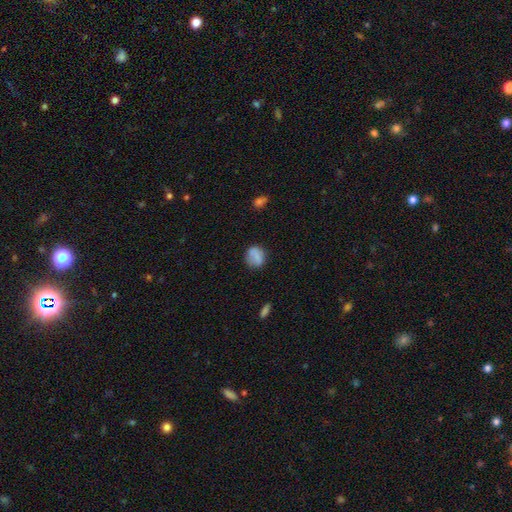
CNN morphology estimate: type=smooth (77%); roundness=round (68%); merging=none (76%).